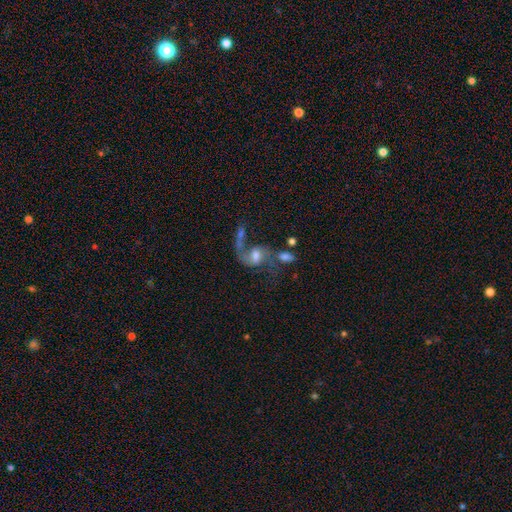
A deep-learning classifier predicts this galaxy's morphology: Smooth or featured? Predicted: featured or disk (p=0.68). Edge-on disk? Predicted: no (p=0.97). Bar? Predicted: no (p=0.46). Spiral arms? Predicted: yes (p=0.87). Spiral winding? Predicted: loose (p=0.68). Spiral arm count? Predicted: 2 (p=0.71). Bulge size? Predicted: moderate (p=0.54). Merging? Predicted: merger (p=0.35).